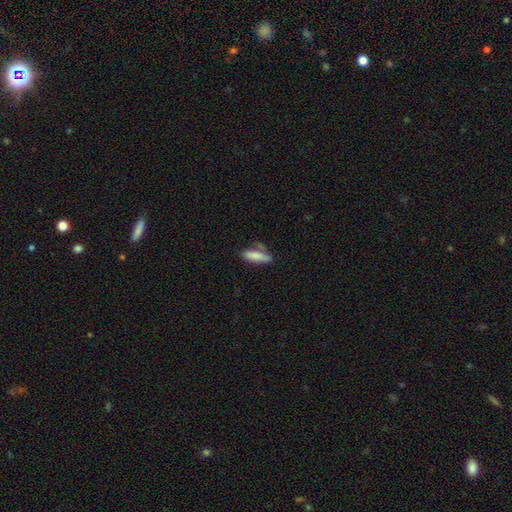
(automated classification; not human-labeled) Smooth or featured? Predicted: smooth (p=0.80). How rounded? Predicted: cigar-shaped (p=0.53). Merging? Predicted: none (p=0.57).